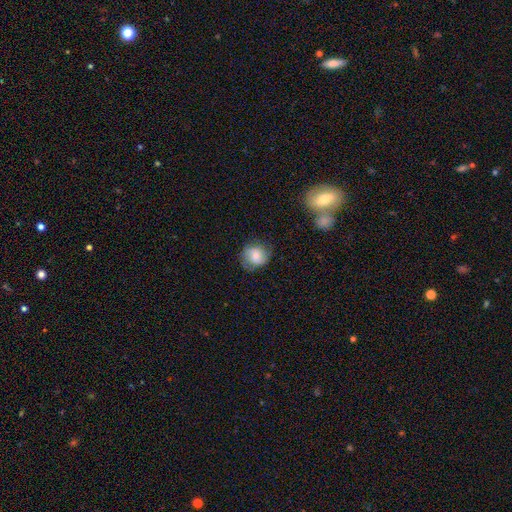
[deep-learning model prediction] Q: Smooth or featured?
A: smooth (62%); runner-up: featured or disk (30%)
Q: How rounded?
A: round (75%); runner-up: in between (24%)
Q: Merging?
A: none (65%); runner-up: minor disturbance (23%)